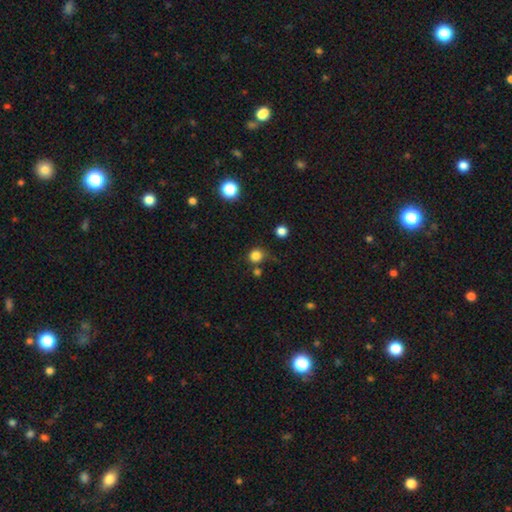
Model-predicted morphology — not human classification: Q: Smooth or featured?
A: smooth (82%); runner-up: star or artifact (14%)
Q: How rounded?
A: round (91%); runner-up: in between (8%)
Q: Merging?
A: none (73%); runner-up: minor disturbance (13%)